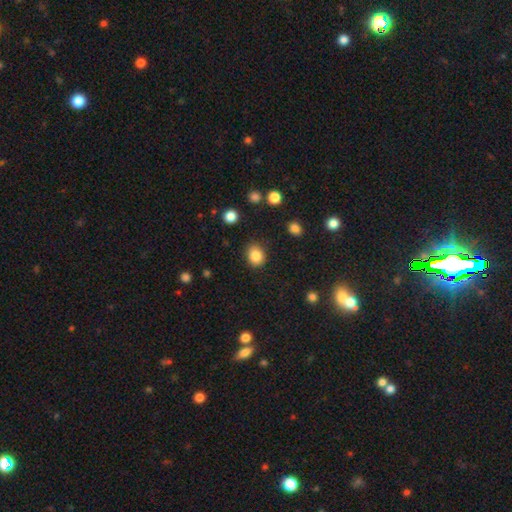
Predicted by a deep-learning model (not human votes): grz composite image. It shows a smooth galaxy with no disk features (85%) that is round (62%). Merging: none (85%).